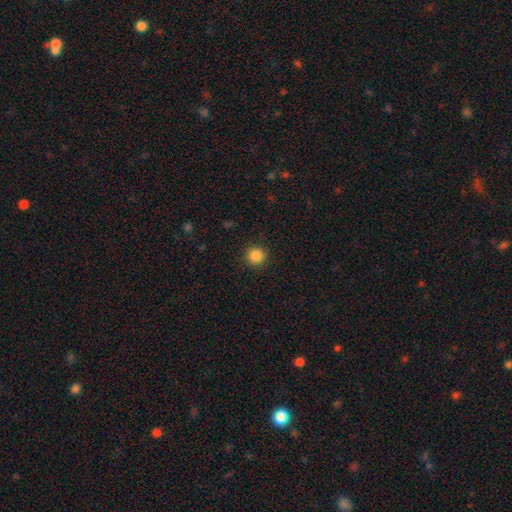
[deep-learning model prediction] Smooth or featured? smooth (86%)
How rounded? round (95%)
Merging? none (91%)